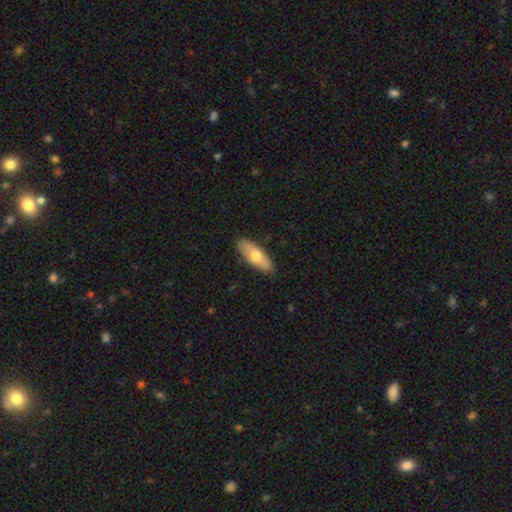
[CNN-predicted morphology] This appears to be a smooth galaxy with no disk features (66%) that is in between round and cigar-shaped (67%). Merging: none (86%).